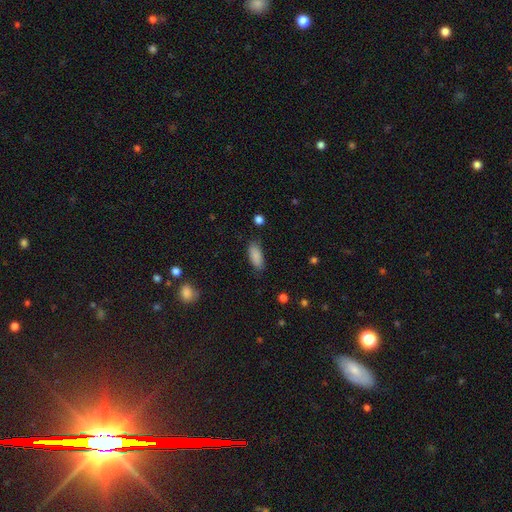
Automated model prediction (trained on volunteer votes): Smooth or featured? Predicted: smooth (p=0.87). How rounded? Predicted: in between (p=0.84). Merging? Predicted: none (p=0.81).